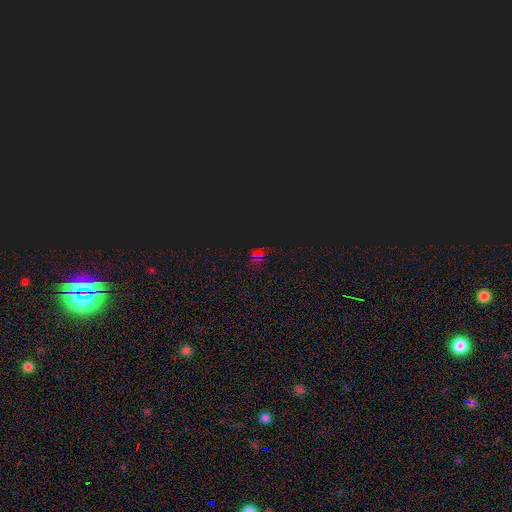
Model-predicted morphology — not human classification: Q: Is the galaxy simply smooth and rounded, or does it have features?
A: star or artifact — 77%.